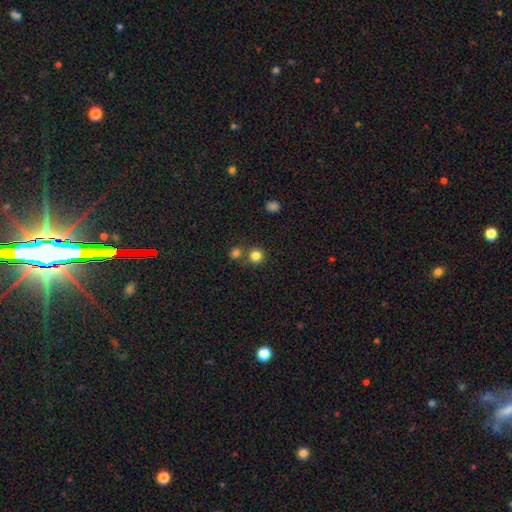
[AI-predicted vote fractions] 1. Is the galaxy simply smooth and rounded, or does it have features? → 82% smooth, 13% star or artifact, 5% featured or disk.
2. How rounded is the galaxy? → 93% round, 6% in between, 1% cigar-shaped.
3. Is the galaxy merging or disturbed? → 71% none, 19% merger, 7% minor disturbance, 3% major disturbance.